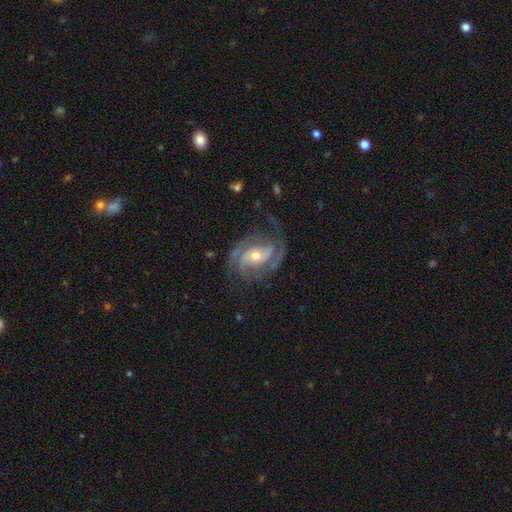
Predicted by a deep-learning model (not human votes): Smooth or featured?
  - featured or disk: 91% *
  - star or artifact: 5%
  - smooth: 4%
Edge-on disk?
  - no: 97% *
  - yes: 3%
Bar?
  - no: 45% *
  - weak: 35%
  - strong: 19%
Spiral arms?
  - yes: 98% *
  - no: 2%
Spiral winding?
  - medium: 48% *
  - tight: 40%
  - loose: 12%
Spiral arm count?
  - 2: 47% *
  - 3: 28%
  - can't tell: 9%
  - 4: 7%
  - 1: 4%
  - more than 4: 4%
Bulge size?
  - moderate: 56% *
  - small: 39%
  - large: 3%
  - none: 1%
  - dominant: 1%
Merging?
  - none: 73% *
  - minor disturbance: 17%
  - major disturbance: 9%
  - merger: 1%